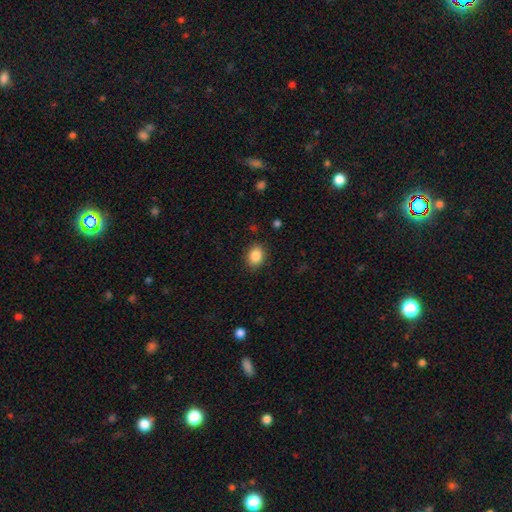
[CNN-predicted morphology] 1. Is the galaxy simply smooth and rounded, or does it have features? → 87% smooth, 9% star or artifact, 5% featured or disk.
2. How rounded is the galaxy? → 55% in between, 44% round, 1% cigar-shaped.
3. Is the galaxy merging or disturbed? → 86% none, 10% minor disturbance, 3% major disturbance, 1% merger.